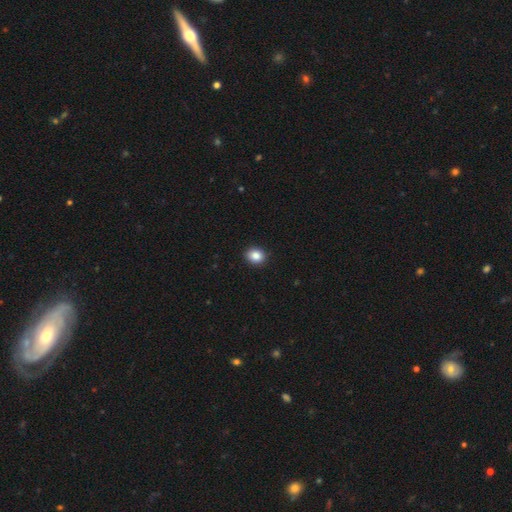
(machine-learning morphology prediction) Overall: smooth (87%). How rounded: round (58%; in between 41%). Merging: none (91%).